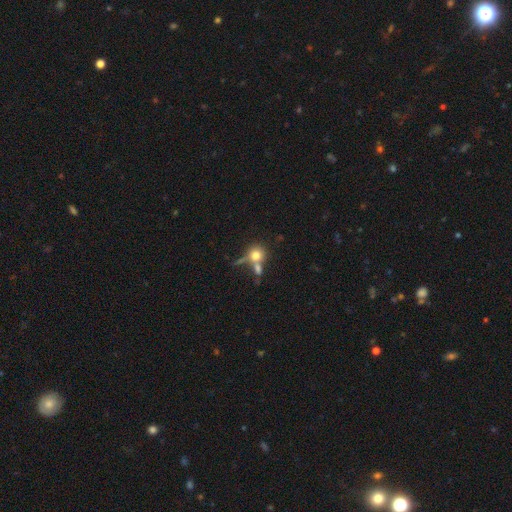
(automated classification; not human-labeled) Smooth or featured? Predicted: smooth (p=0.73). How rounded? Predicted: round (p=0.81). Merging? Predicted: merger (p=0.43).